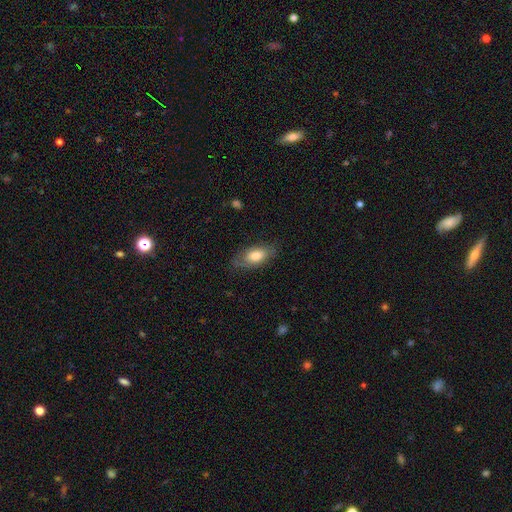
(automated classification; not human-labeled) This is likely a smooth galaxy (69%). How rounded: clearly in between (89%). Merging: likely none (71%).